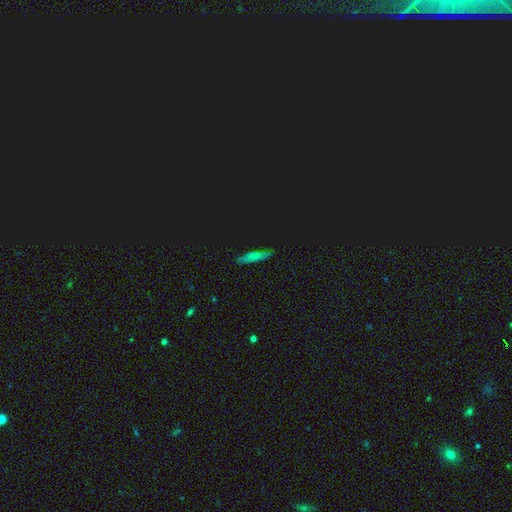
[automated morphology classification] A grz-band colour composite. It shows a smooth galaxy with no disk features (44%). Merging: none (84%).